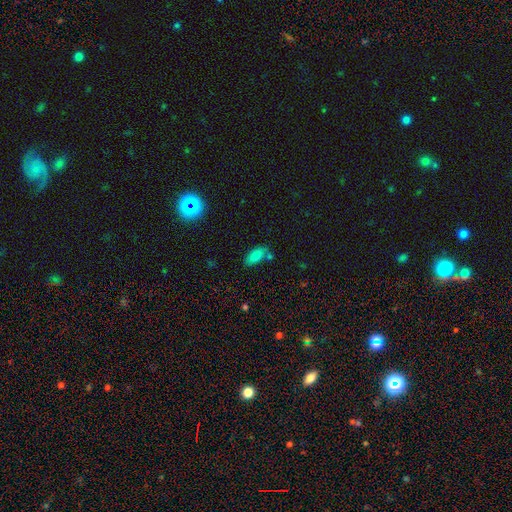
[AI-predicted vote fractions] smooth_or_featured: smooth (p=0.82) [alt: star or artifact p=0.10]
how_rounded: in between (p=0.88) [alt: cigar-shaped p=0.09]
merging: none (p=0.68) [alt: minor disturbance p=0.16]